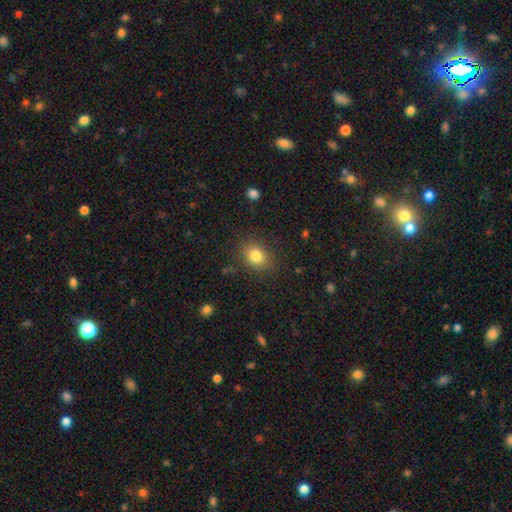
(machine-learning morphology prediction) smooth 82%, star or artifact 10%, featured or disk 8%. Down the decision tree: how rounded — in between (56%); merging — none (84%).